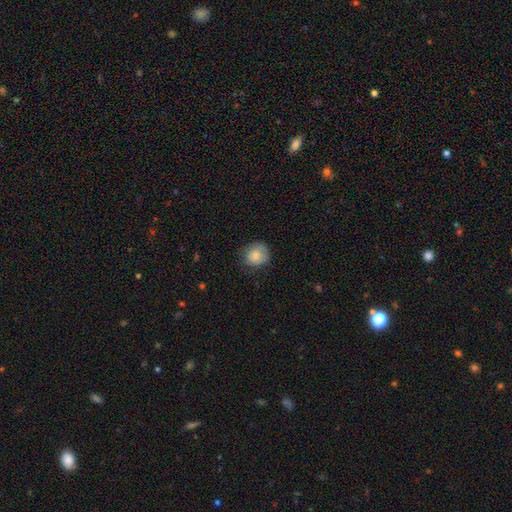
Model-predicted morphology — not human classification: This is likely a smooth galaxy (77%). How rounded: likely round (80%). Merging: likely none (69%).